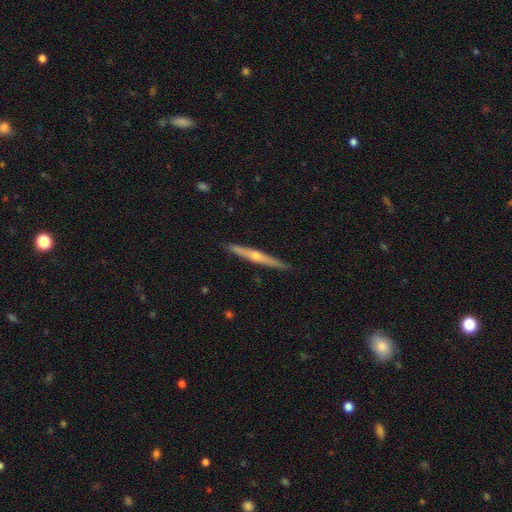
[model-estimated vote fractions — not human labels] Smooth or featured? featured or disk (74%)
Edge-on disk? yes (97%)
Edge-on bulge? rounded (86%)
Merging? none (90%)